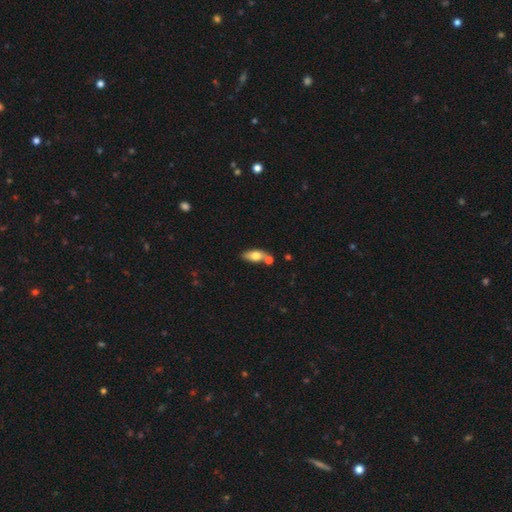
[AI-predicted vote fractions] Smooth or featured?
  - smooth: 70% *
  - featured or disk: 23%
  - star or artifact: 7%
How rounded?
  - in between: 80% *
  - cigar-shaped: 16%
  - round: 4%
Merging?
  - none: 59% *
  - merger: 23%
  - minor disturbance: 14%
  - major disturbance: 4%